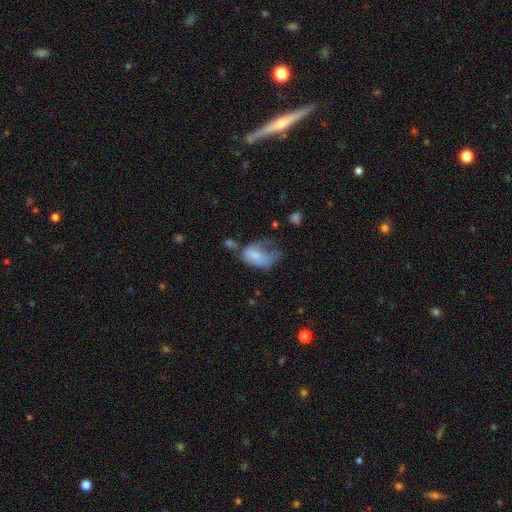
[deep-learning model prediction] Smooth or featured? smooth (60%)
How rounded? in between (87%)
Merging? major disturbance (54%)